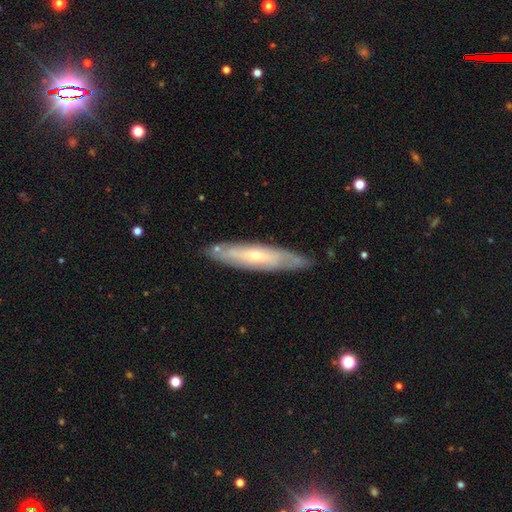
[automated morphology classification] featured or disk 62%, smooth 32%, star or artifact 6%. Down the decision tree: edge-on disk — yes (54%); merging — none (80%).